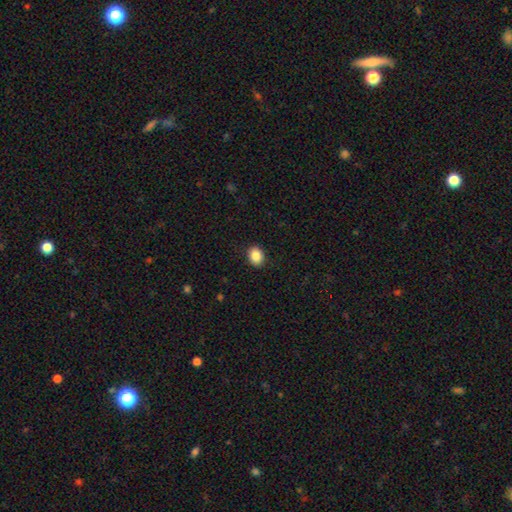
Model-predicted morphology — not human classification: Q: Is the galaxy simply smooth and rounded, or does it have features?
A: smooth — 87%.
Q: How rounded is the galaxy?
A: round — 50%.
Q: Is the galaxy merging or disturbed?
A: none — 91%.